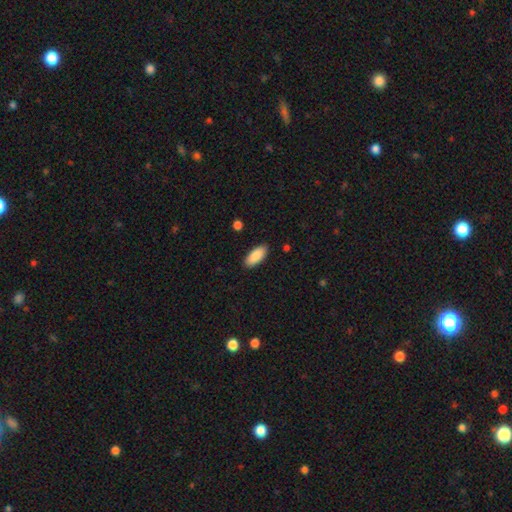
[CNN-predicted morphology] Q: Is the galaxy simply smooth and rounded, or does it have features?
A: smooth — 88%.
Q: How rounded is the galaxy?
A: in between — 87%.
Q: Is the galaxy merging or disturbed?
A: none — 89%.